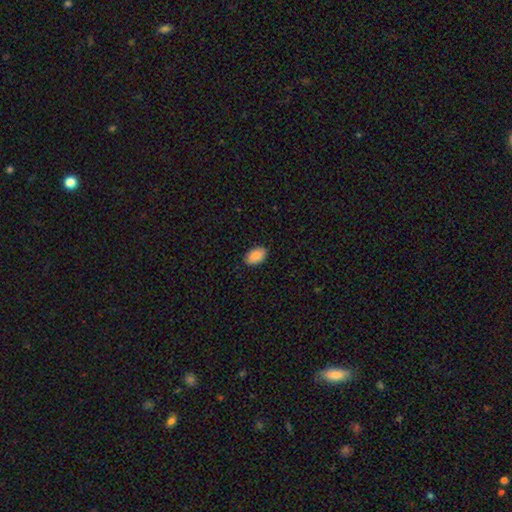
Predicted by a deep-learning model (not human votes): Smooth or featured: smooth — 89% (star or artifact — 7%)
How rounded: in between — 92% (round — 7%)
Merging: none — 89% (minor disturbance — 9%)